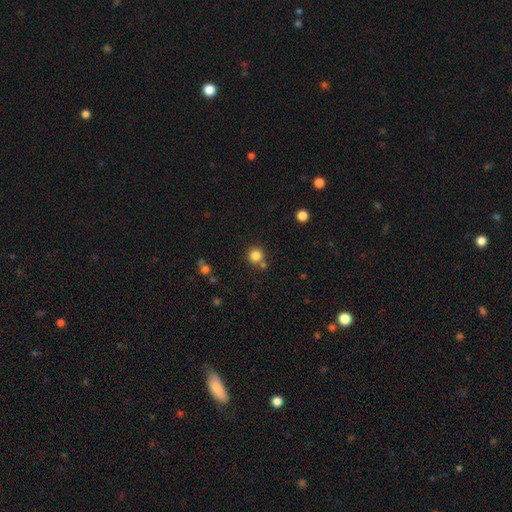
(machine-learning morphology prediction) Q: Smooth or featured?
A: smooth (82%); runner-up: star or artifact (12%)
Q: How rounded?
A: round (93%); runner-up: in between (6%)
Q: Merging?
A: none (74%); runner-up: merger (15%)